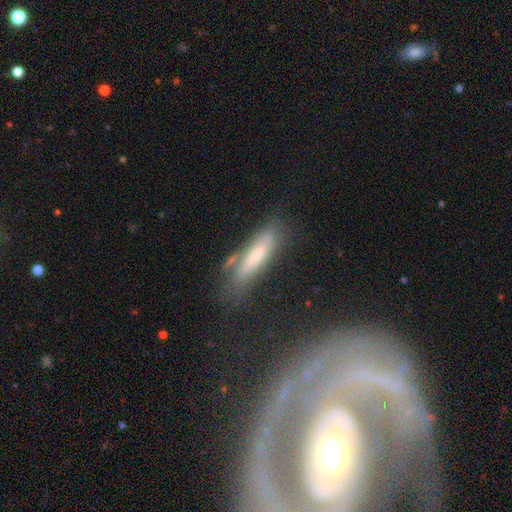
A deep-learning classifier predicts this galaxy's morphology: Smooth or featured? smooth (51%)
How rounded? cigar-shaped (78%)
Merging? none (64%)